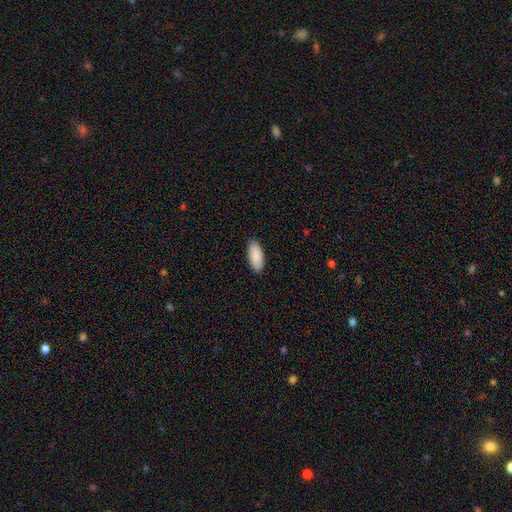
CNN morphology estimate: The model was most divided on "how rounded": in between: 88%, cigar-shaped: 10%, round: 1%. More confident: smooth or featured — smooth (91%); merging — none (90%).